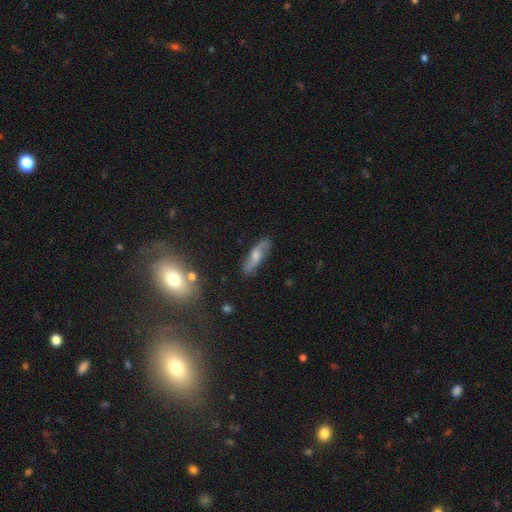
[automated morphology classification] This appears to be a featured or disk galaxy (53%). Merging: none (82%).